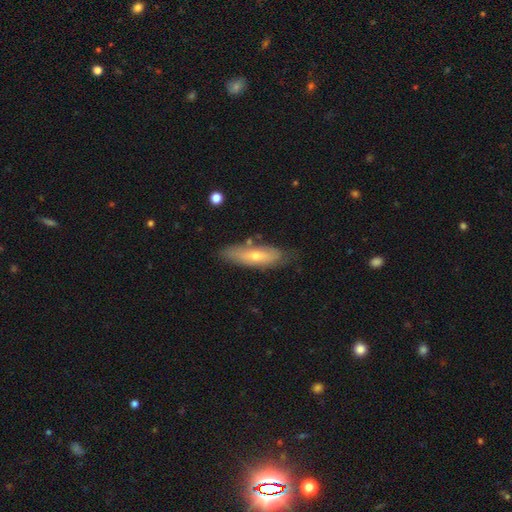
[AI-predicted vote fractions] Q: Smooth or featured?
A: smooth (51%); runner-up: featured or disk (42%)
Q: How rounded?
A: cigar-shaped (53%); runner-up: in between (45%)
Q: Merging?
A: none (72%); runner-up: minor disturbance (20%)